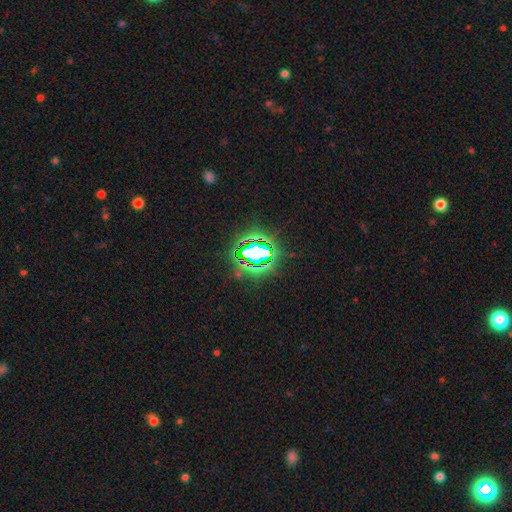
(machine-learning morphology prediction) This appears to be a star or artifact, not a galaxy (74%).